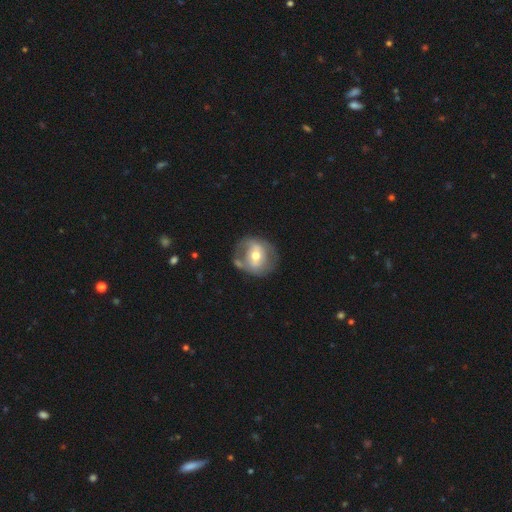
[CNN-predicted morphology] smooth_or_featured: featured or disk (p=0.56) [alt: smooth p=0.38]
disk_edge_on: no (p=0.95) [alt: yes p=0.05]
bar: weak (p=0.39) [alt: no p=0.36]
has_spiral_arms: no (p=0.56) [alt: yes p=0.44]
bulge_size: moderate (p=0.71) [alt: small p=0.18]
merging: none (p=0.60) [alt: minor disturbance p=0.21]